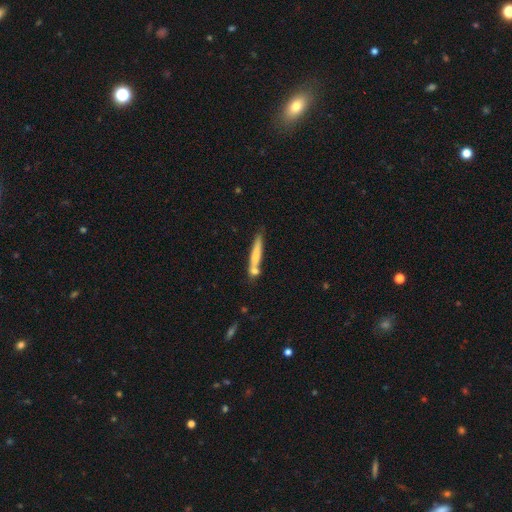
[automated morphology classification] Smooth or featured? smooth (63%)
How rounded? cigar-shaped (93%)
Merging? none (60%)